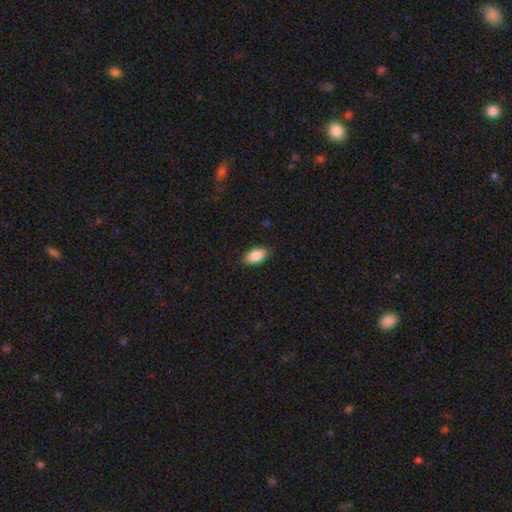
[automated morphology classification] Smooth or featured: smooth — 89% (star or artifact — 7%)
How rounded: in between — 94% (round — 4%)
Merging: none — 87% (minor disturbance — 10%)